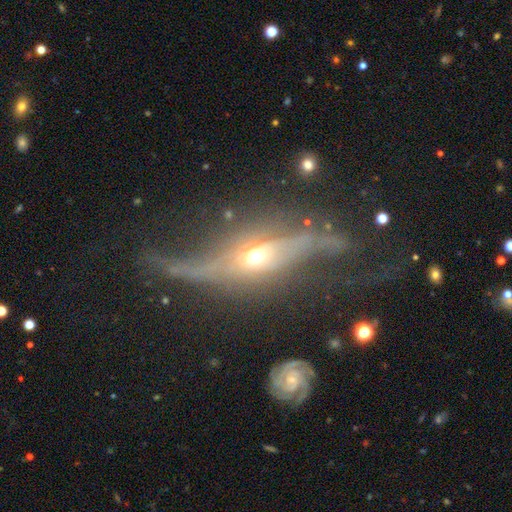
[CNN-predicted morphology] smooth_or_featured: featured or disk (p=0.74) [alt: smooth p=0.16]
disk_edge_on: yes (p=0.66) [alt: no p=0.34]
merging: none (p=0.45) [alt: major disturbance p=0.29]